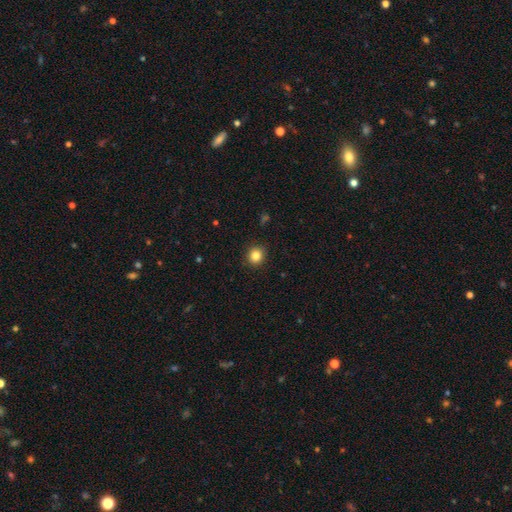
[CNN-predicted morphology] A smooth galaxy with no disk features (84%) that is round (88%).

Vote fractions:
- Smooth or featured? smooth: 84% / star or artifact: 11% / featured or disk: 5%
- How rounded? round: 88% / in between: 11% / cigar-shaped: 1%
- Merging? none: 92% / minor disturbance: 6% / major disturbance: 2% / merger: 1%